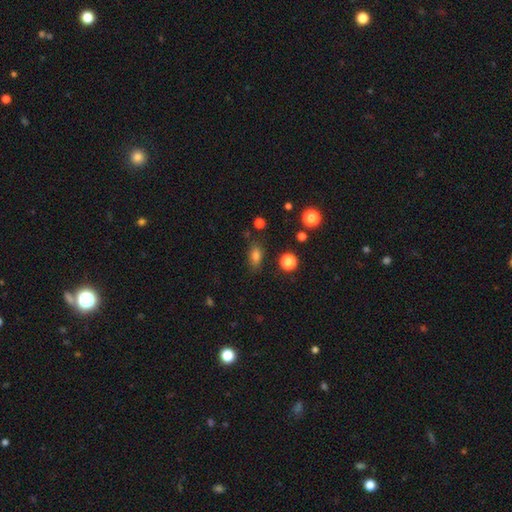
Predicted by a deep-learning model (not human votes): Smooth or featured? Predicted: smooth (p=0.79). How rounded? Predicted: in between (p=0.78). Merging? Predicted: none (p=0.80).